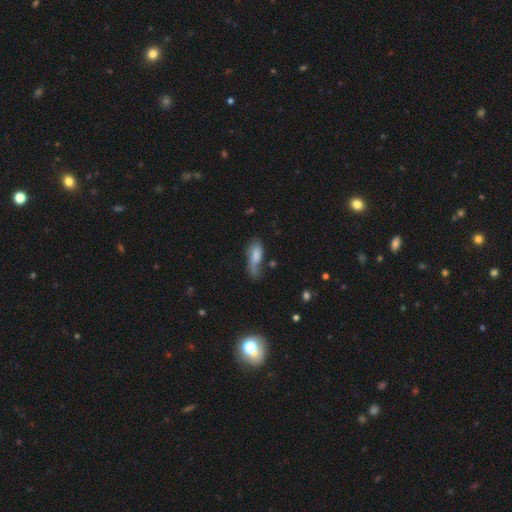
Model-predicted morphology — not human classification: Smooth or featured? Predicted: smooth (p=0.70). How rounded? Predicted: in between (p=0.71). Merging? Predicted: none (p=0.35).